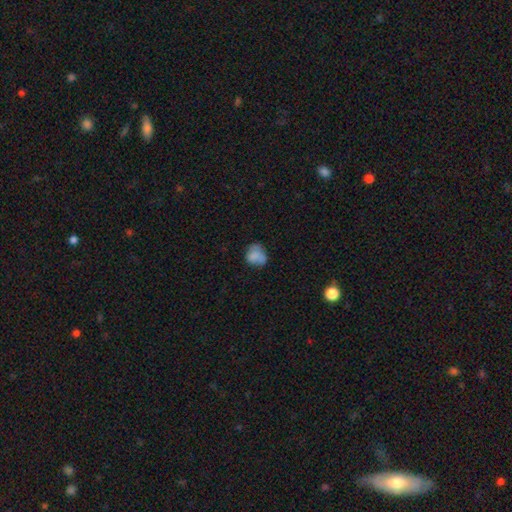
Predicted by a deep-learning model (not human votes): smooth-or-featured: smooth: 74% | featured or disk: 15% | star or artifact: 10%
  how-rounded: round: 61% | in between: 38% | cigar-shaped: 1%
  merging: none: 49% | minor disturbance: 31% | major disturbance: 13% | merger: 6%